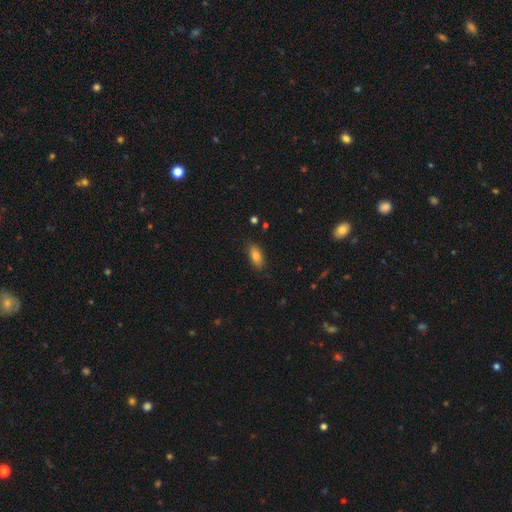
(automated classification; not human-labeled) smooth-or-featured: smooth: 82% | featured or disk: 10% | star or artifact: 8%
  how-rounded: in between: 84% | cigar-shaped: 13% | round: 3%
  merging: none: 84% | minor disturbance: 12% | major disturbance: 3% | merger: 1%